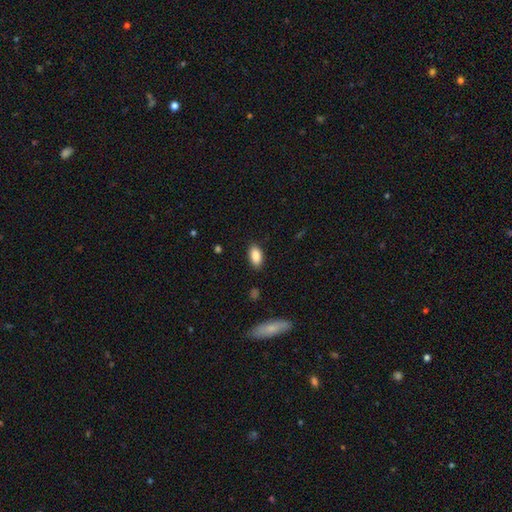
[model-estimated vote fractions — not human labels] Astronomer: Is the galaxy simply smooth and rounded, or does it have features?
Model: smooth — 87%.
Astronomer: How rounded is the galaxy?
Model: in between — 91%.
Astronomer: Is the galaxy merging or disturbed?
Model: none — 87%.